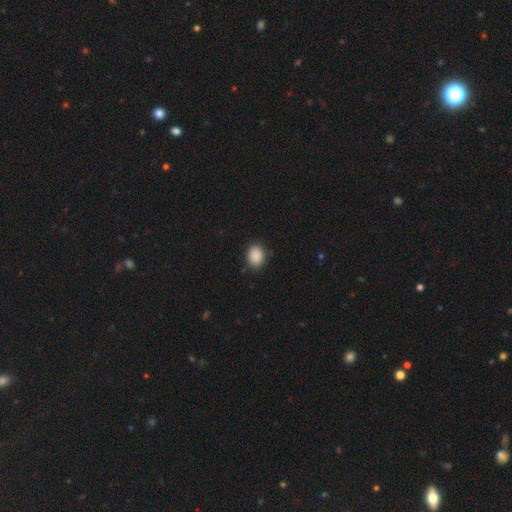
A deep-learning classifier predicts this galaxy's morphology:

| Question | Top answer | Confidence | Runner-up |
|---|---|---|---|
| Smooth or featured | smooth | 89% | star or artifact (8%) |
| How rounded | in between | 56% | round (44%) |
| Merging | none | 85% | minor disturbance (11%) |